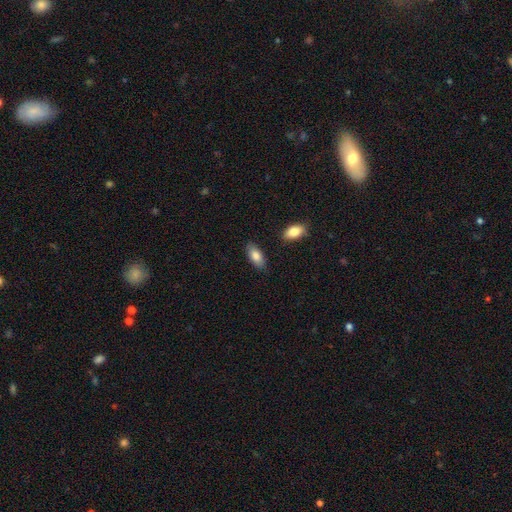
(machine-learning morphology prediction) Overall: smooth (84%). How rounded: in between (89%). Merging: none (84%).